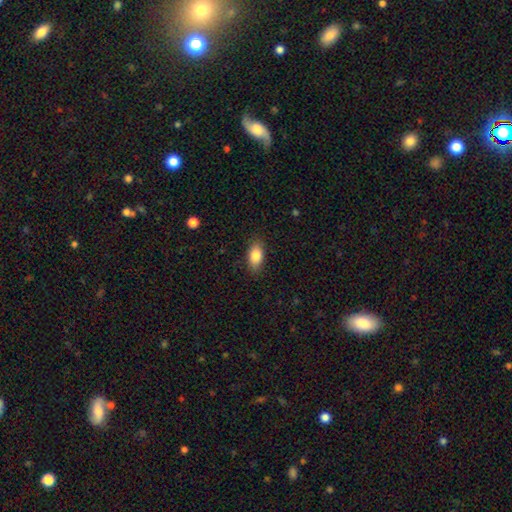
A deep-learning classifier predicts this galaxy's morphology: Smooth or featured? smooth (84%)
How rounded? in between (88%)
Merging? none (86%)